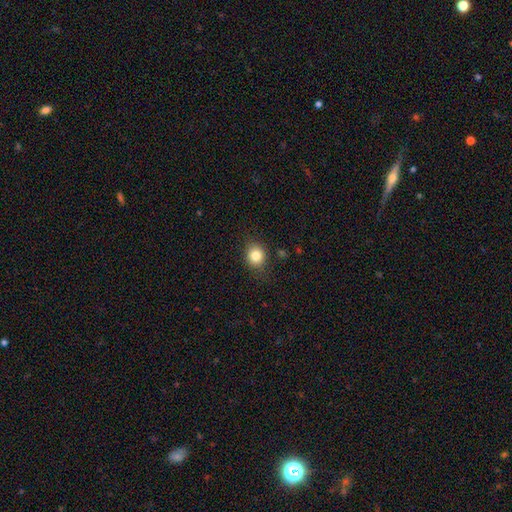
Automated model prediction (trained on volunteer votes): smooth-or-featured: smooth: 82% | star or artifact: 11% | featured or disk: 7%
  how-rounded: round: 74% | in between: 25% | cigar-shaped: 1%
  merging: none: 83% | minor disturbance: 13% | major disturbance: 3% | merger: 1%